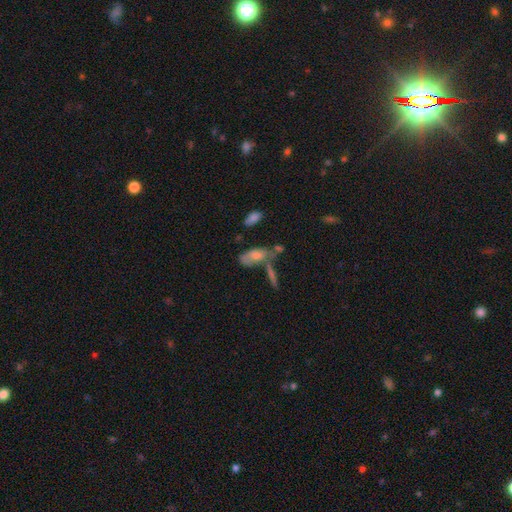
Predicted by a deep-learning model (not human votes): smooth 67%, featured or disk 24%, star or artifact 8%. Down the decision tree: how rounded — in between (81%); merging — none (37%).